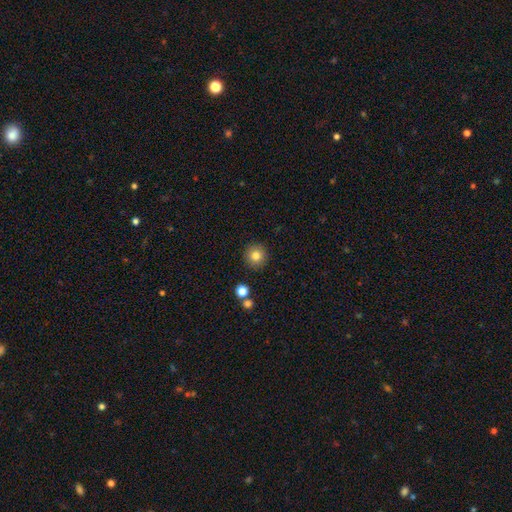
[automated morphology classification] type=smooth (82%); roundness=round (95%); merging=none (90%).